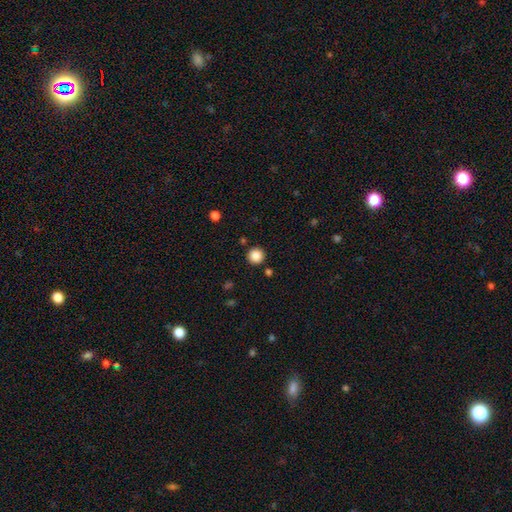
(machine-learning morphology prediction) Smooth or featured? Predicted: smooth (p=0.86). How rounded? Predicted: round (p=0.96). Merging? Predicted: none (p=0.90).